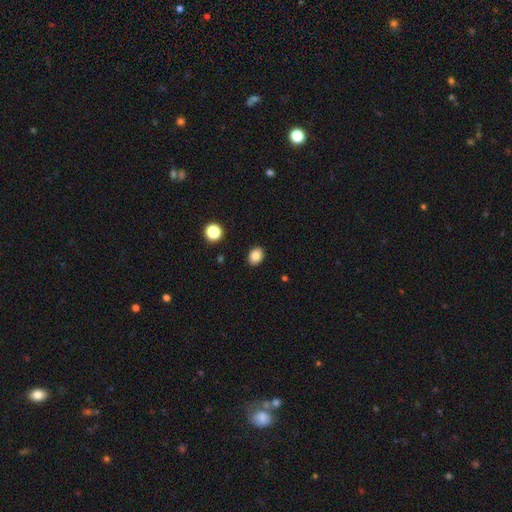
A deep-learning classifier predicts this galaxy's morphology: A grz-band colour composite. It shows a smooth galaxy with no disk features (85%) that is in between round and cigar-shaped (62%). Merging: none (90%).